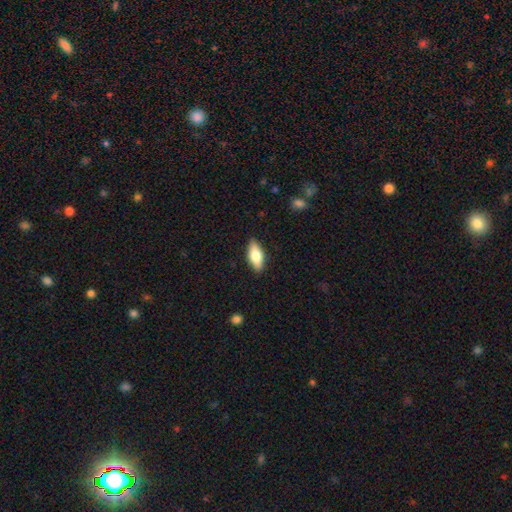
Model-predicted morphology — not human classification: type=smooth (74%); roundness=in between (80%); merging=none (88%).